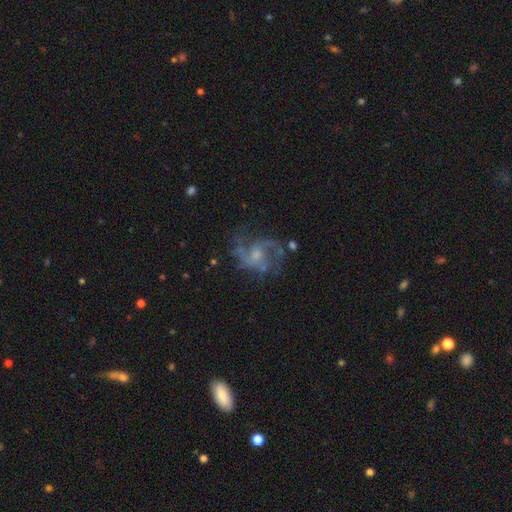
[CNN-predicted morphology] Overall: featured or disk (80%). Edge-on disk: no (98%). Bar: no (56%; weak 38%). Spiral arms: yes (89%). Spiral arm count: 2 (72%). Spiral winding: medium (45%, tied with loose). Bulge size: small (43%; moderate 39%). Merging: none (57%; major disturbance 20%).